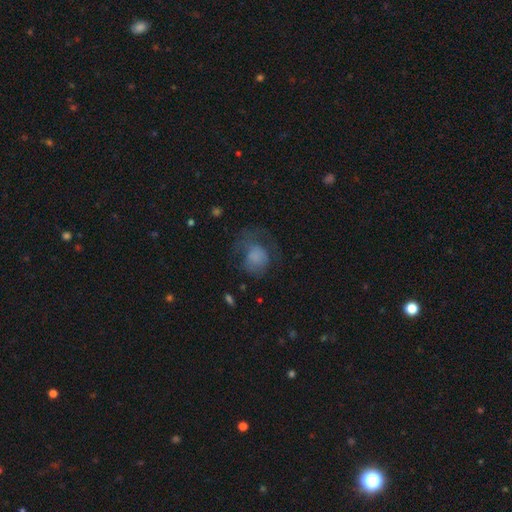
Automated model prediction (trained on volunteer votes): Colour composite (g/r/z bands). It shows a smooth galaxy with no disk features (61%) that is round (66%). Merging: major disturbance (40%).